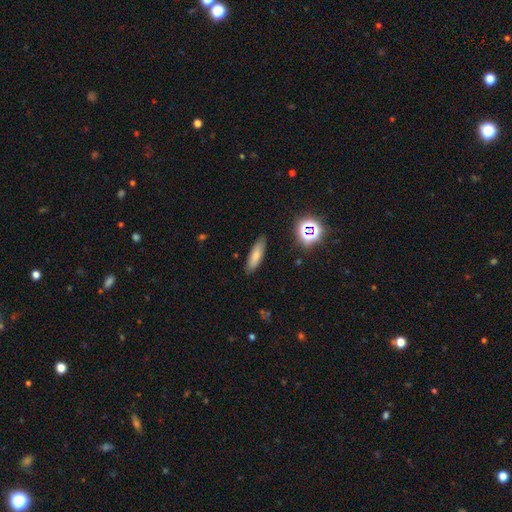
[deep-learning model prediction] Smooth or featured?
  - smooth: 73% *
  - featured or disk: 16%
  - star or artifact: 11%
How rounded?
  - cigar-shaped: 54% *
  - in between: 44%
  - round: 3%
Merging?
  - none: 85% *
  - minor disturbance: 11%
  - major disturbance: 2%
  - merger: 2%